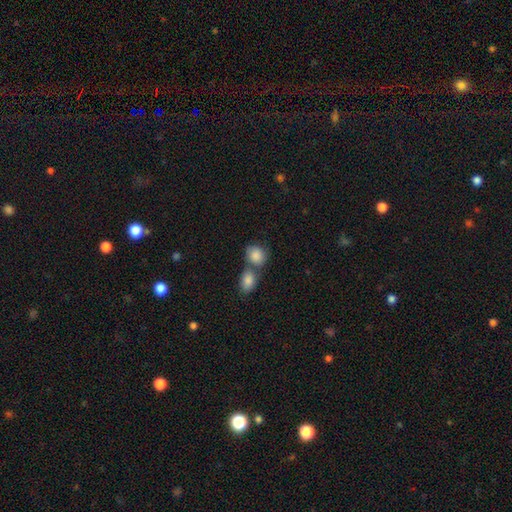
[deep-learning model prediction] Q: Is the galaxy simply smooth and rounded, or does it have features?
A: smooth — 86%.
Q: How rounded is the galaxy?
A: round — 57%.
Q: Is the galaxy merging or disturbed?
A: merger — 50%.